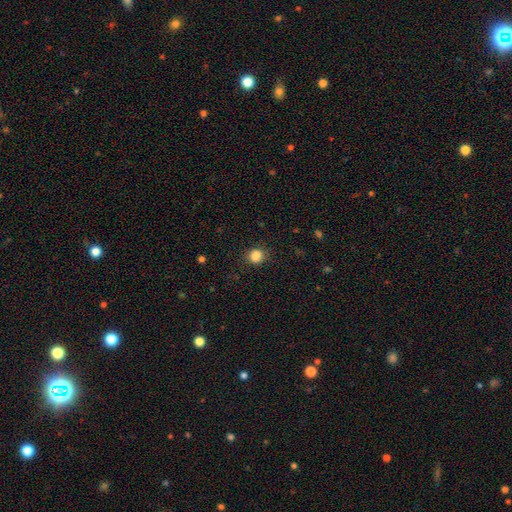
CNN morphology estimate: Overall: smooth (85%). How rounded: round (69%; in between 30%). Merging: none (81%).